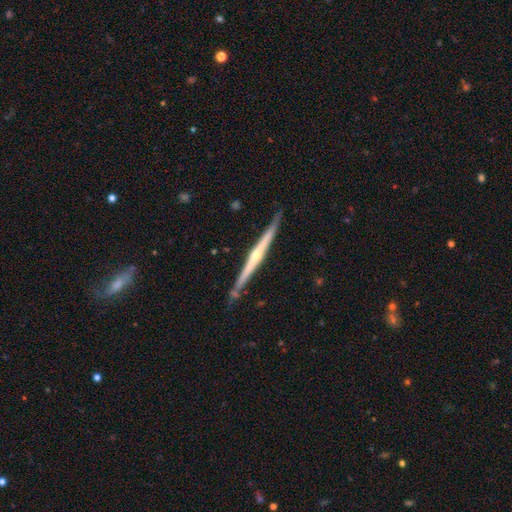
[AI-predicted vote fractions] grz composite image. It shows a featured or disk galaxy (80%) viewed edge-on (98%) with a rounded central bulge (75%). Merging: none (88%).